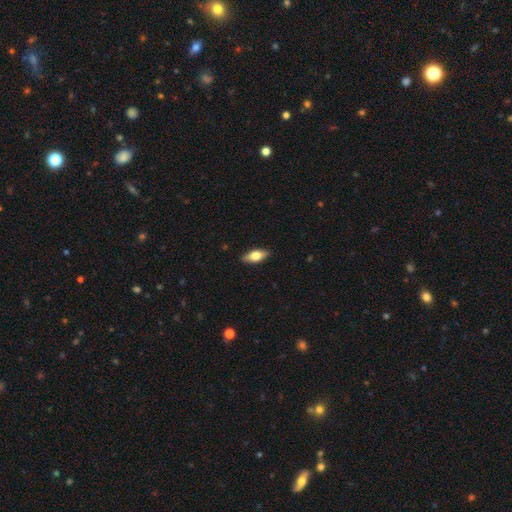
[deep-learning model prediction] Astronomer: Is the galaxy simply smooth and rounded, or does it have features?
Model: smooth — 63%.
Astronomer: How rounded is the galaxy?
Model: in between — 80%.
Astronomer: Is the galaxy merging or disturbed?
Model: none — 88%.